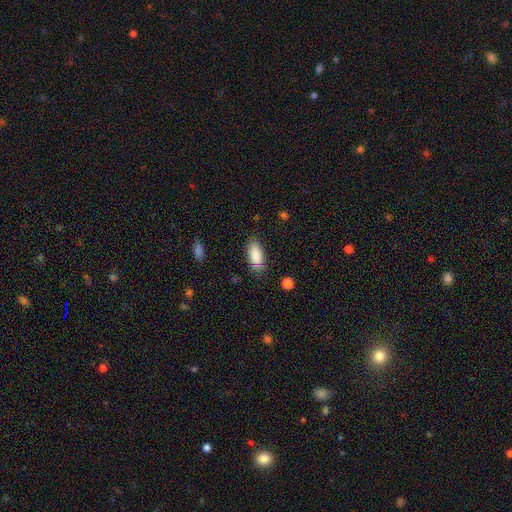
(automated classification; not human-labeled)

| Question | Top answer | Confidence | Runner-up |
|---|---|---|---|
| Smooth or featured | smooth | 87% | star or artifact (7%) |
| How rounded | in between | 86% | cigar-shaped (12%) |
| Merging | none | 80% | minor disturbance (15%) |